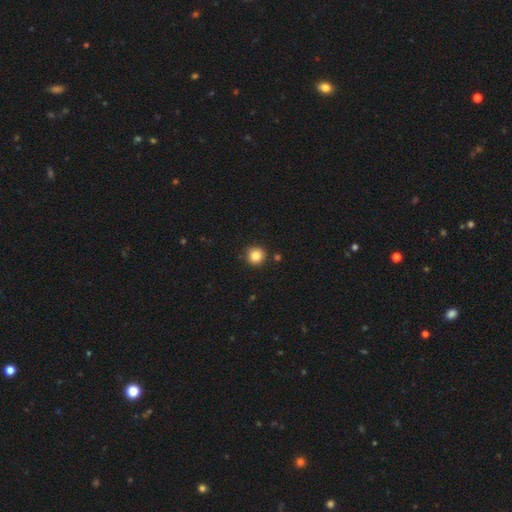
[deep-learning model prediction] Q: Smooth or featured?
A: smooth (86%); runner-up: star or artifact (10%)
Q: How rounded?
A: round (93%); runner-up: in between (6%)
Q: Merging?
A: none (87%); runner-up: minor disturbance (8%)